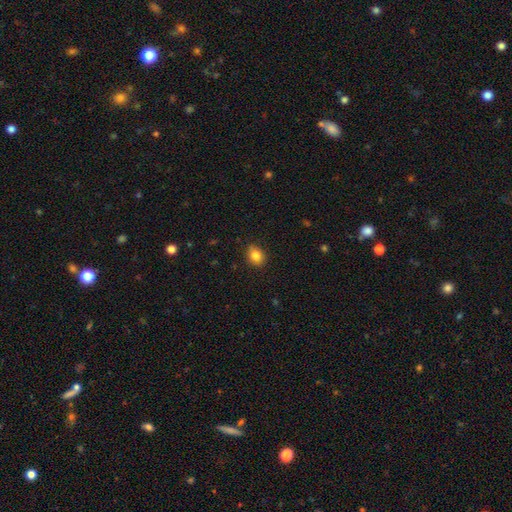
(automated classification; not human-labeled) Smooth or featured? Predicted: smooth (p=0.84). How rounded? Predicted: round (p=0.55). Merging? Predicted: none (p=0.87).